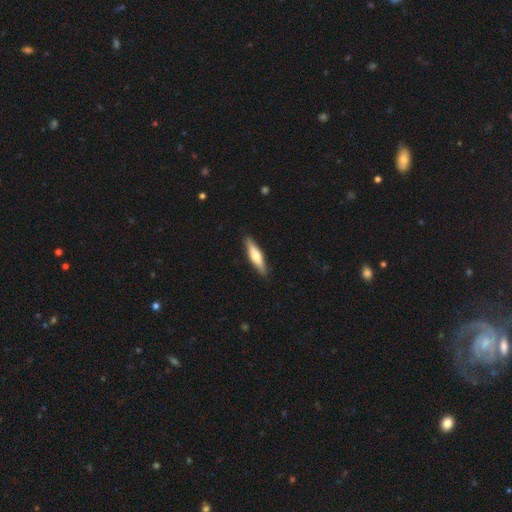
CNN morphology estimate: Smooth or featured: smooth — 54% (featured or disk — 41%)
How rounded: cigar-shaped — 75% (in between — 23%)
Merging: none — 89% (minor disturbance — 8%)